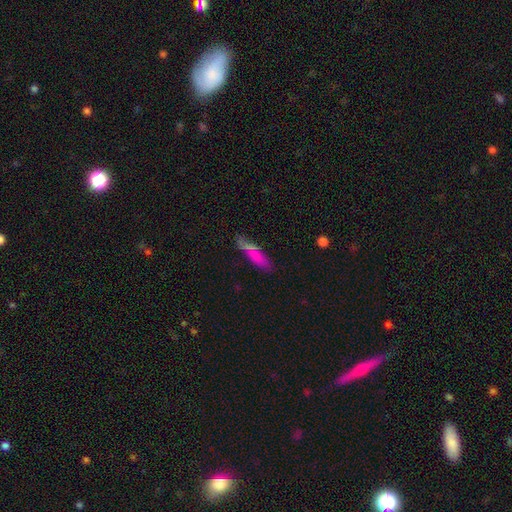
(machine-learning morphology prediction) Smooth or featured? smooth (72%)
How rounded? cigar-shaped (63%)
Merging? none (79%)